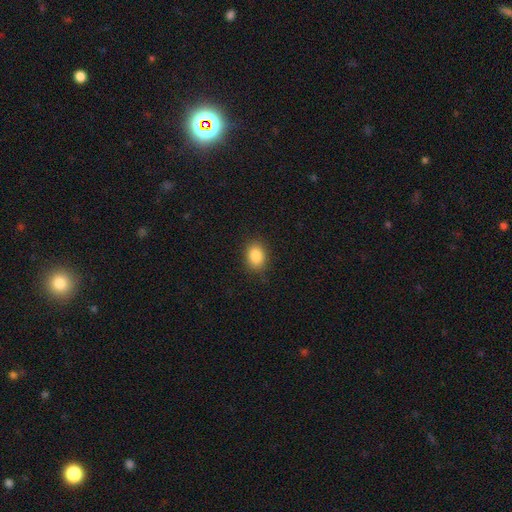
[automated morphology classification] This appears to be a smooth galaxy with no disk features (87%) that is in between round and cigar-shaped (64%). Merging: none (86%).